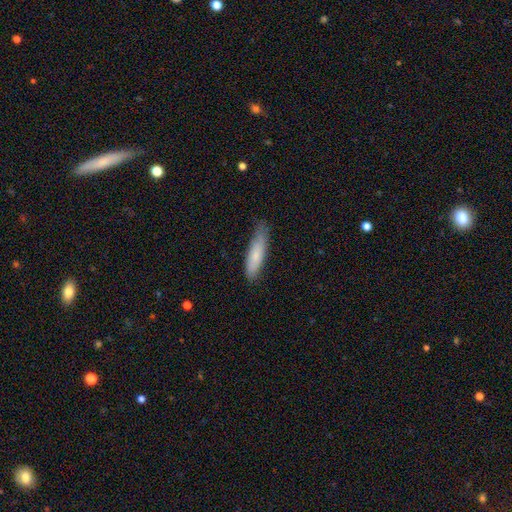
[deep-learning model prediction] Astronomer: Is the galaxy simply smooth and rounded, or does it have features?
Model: smooth — 77%.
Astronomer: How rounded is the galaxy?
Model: cigar-shaped — 69%.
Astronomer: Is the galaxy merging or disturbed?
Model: none — 68%.